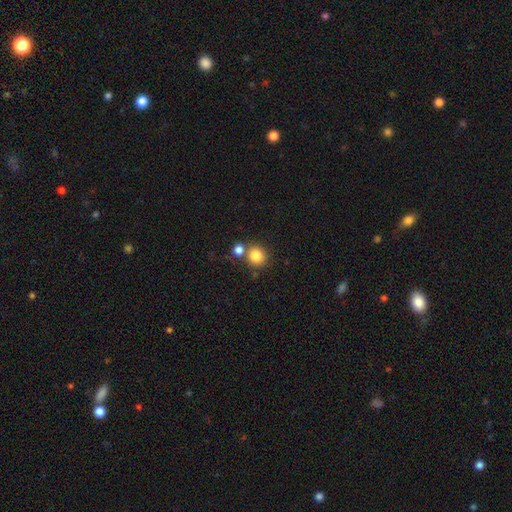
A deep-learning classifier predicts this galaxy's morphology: Smooth or featured: smooth — 83% (star or artifact — 11%)
How rounded: round — 89% (in between — 10%)
Merging: none — 64% (merger — 25%)